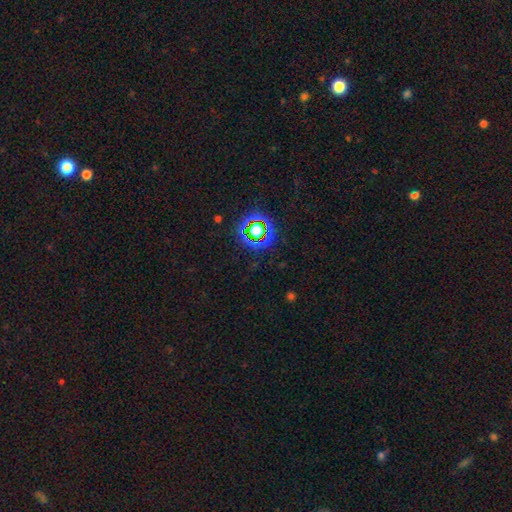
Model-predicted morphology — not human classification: This is likely a star or artifact rather than a galaxy (76%).